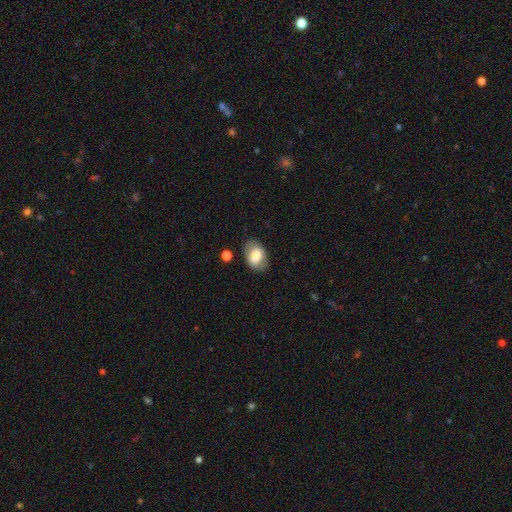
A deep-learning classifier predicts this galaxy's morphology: smooth-or-featured: smooth: 76% | featured or disk: 17% | star or artifact: 7%
  how-rounded: in between: 87% | round: 11% | cigar-shaped: 1%
  merging: none: 79% | minor disturbance: 15% | major disturbance: 5% | merger: 2%